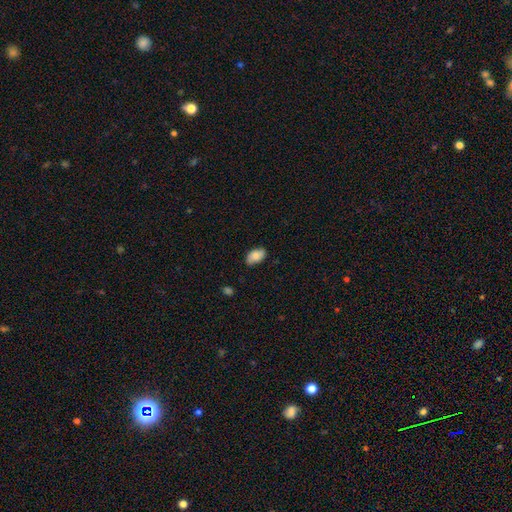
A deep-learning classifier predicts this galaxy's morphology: type=smooth (80%); roundness=in between (93%); merging=none (79%).